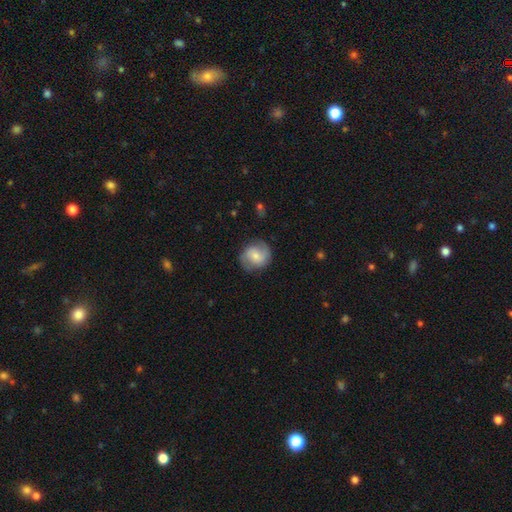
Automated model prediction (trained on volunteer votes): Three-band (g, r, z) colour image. It shows a featured or disk galaxy (54%) with no bar (51%), spiral arms (87%) and a small central bulge (50%). Merging: none (79%).